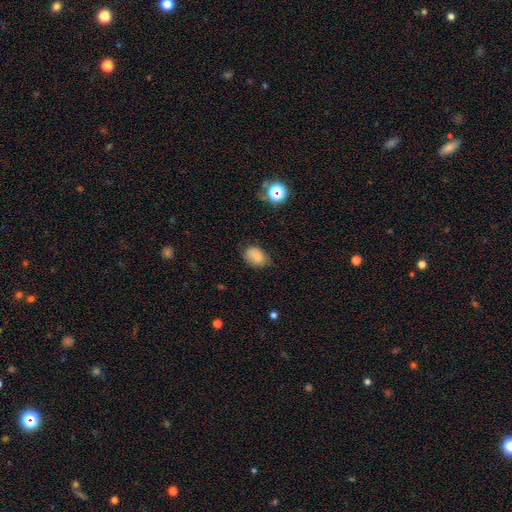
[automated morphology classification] Smooth or featured? smooth (84%)
How rounded? in between (75%)
Merging? none (67%)